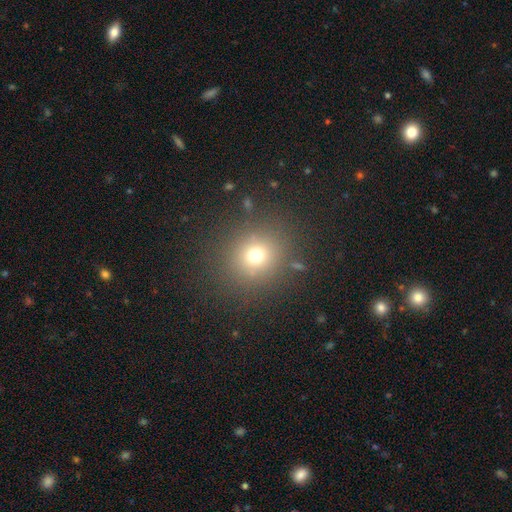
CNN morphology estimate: The model was most divided on "smooth or featured": smooth: 71%, star or artifact: 19%, featured or disk: 10%. More confident: how rounded — round (87%); merging — none (83%).